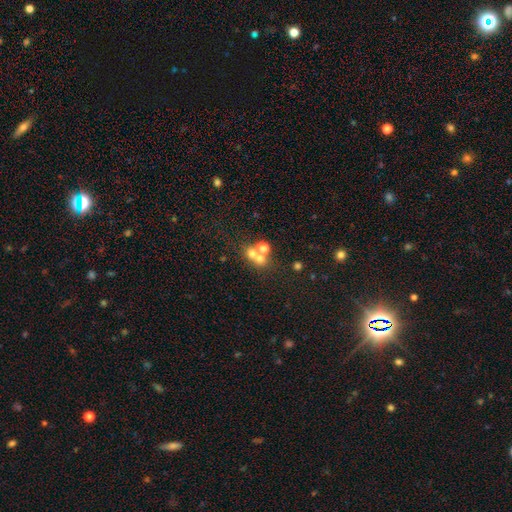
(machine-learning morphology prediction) smooth-or-featured: smooth: 58% | featured or disk: 21% | star or artifact: 21%
  how-rounded: round: 79% | in between: 20% | cigar-shaped: 1%
  merging: merger: 51% | none: 37% | minor disturbance: 7% | major disturbance: 5%